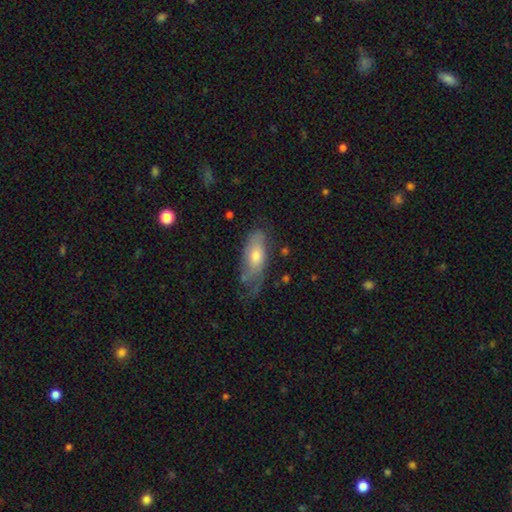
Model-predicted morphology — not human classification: This appears to be a smooth galaxy with no disk features (49%). Merging: none (47%).